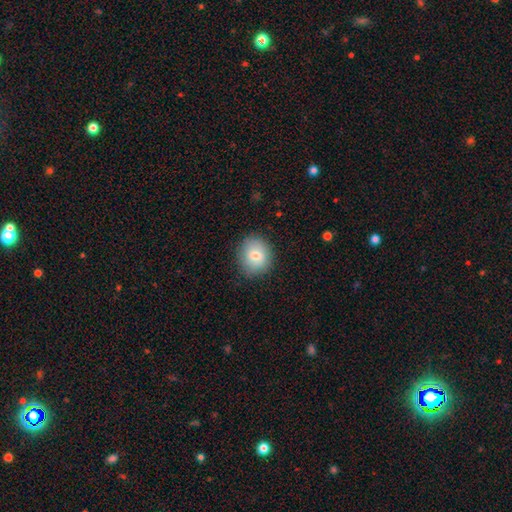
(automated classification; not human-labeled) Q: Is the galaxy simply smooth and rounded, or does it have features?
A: smooth — 78%.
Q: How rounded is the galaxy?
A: round — 77%.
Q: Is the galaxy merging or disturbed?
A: none — 86%.